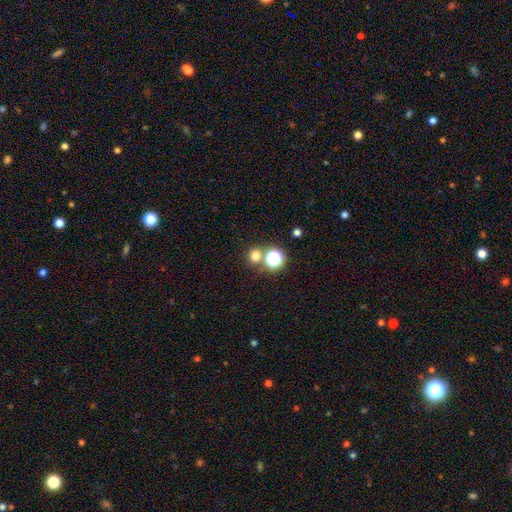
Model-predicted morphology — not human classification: Smooth or featured? Predicted: smooth (p=0.71). How rounded? Predicted: round (p=0.86). Merging? Predicted: none (p=0.68).